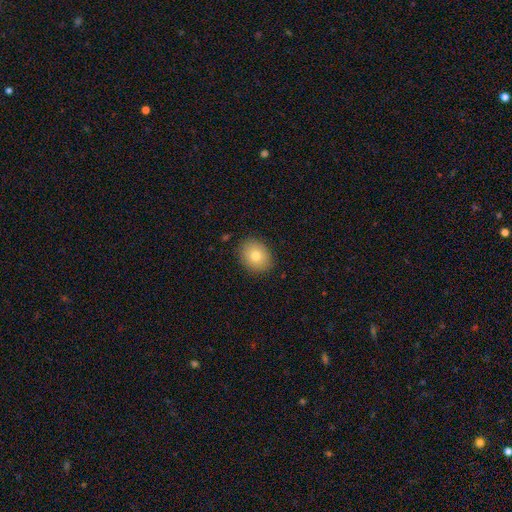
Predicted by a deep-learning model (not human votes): This appears to be a smooth galaxy with no disk features (79%) that is round (55%). Merging: none (88%).